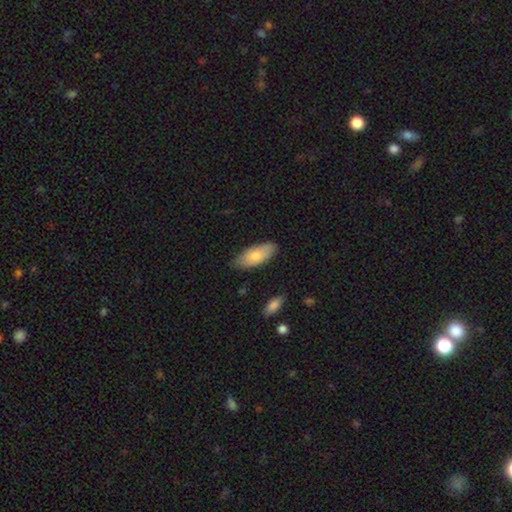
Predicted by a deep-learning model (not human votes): Smooth or featured? Predicted: smooth (p=0.76). How rounded? Predicted: in between (p=0.86). Merging? Predicted: none (p=0.77).